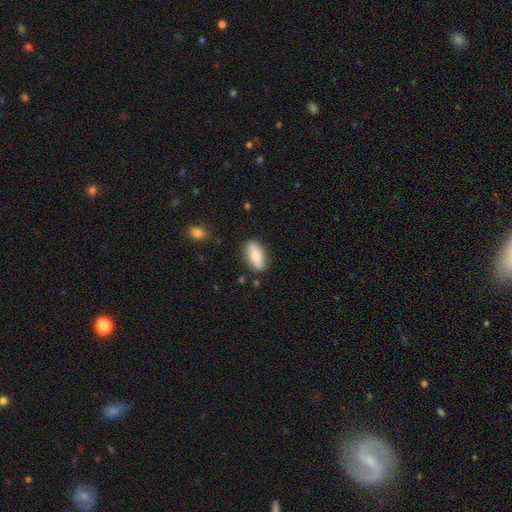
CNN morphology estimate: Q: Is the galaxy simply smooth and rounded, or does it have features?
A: smooth — 60%.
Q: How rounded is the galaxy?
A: in between — 82%.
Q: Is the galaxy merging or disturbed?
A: none — 82%.